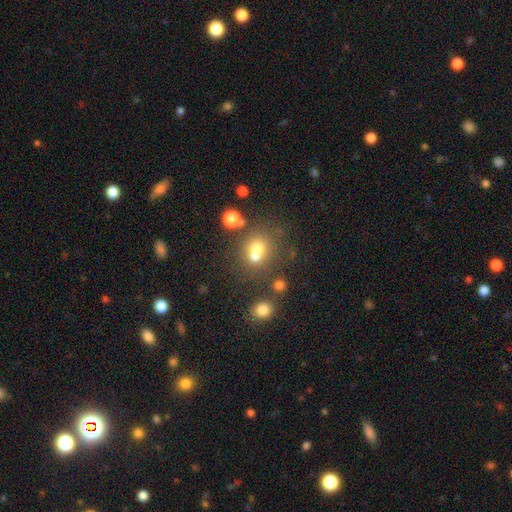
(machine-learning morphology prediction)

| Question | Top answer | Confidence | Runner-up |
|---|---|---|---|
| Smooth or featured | smooth | 64% | star or artifact (18%) |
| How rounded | round | 73% | in between (26%) |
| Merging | merger | 46% | none (41%) |